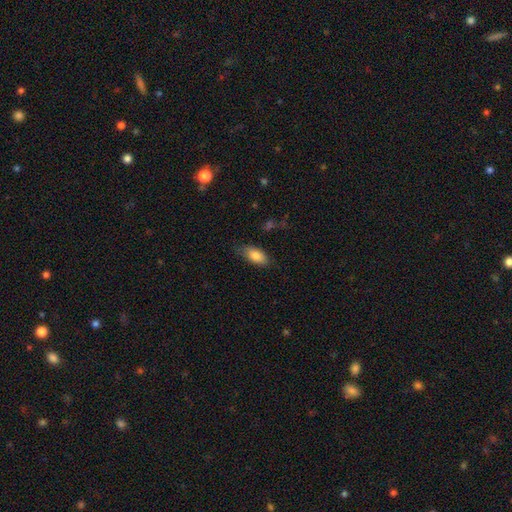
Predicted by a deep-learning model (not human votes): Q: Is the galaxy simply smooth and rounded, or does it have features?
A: smooth — 82%.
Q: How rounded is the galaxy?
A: in between — 89%.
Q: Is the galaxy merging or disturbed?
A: none — 75%.